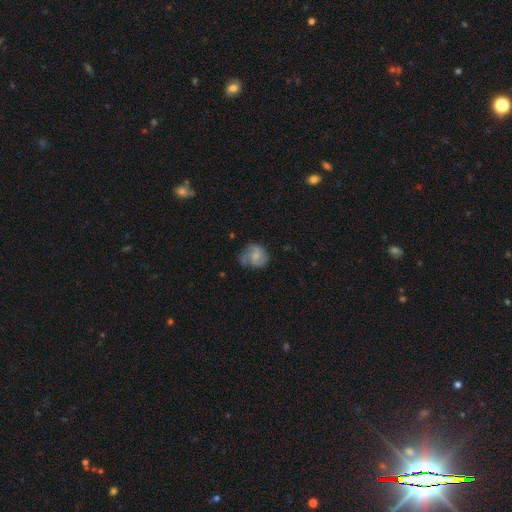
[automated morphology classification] Smooth or featured?
  - featured or disk: 52% *
  - smooth: 40%
  - star or artifact: 8%
Edge-on disk?
  - no: 98% *
  - yes: 2%
Bar?
  - no: 71% *
  - weak: 26%
  - strong: 4%
Spiral arms?
  - yes: 84% *
  - no: 16%
Bulge size?
  - small: 51% *
  - moderate: 32%
  - none: 13%
  - large: 3%
  - dominant: 1%
Merging?
  - none: 54% *
  - minor disturbance: 28%
  - major disturbance: 14%
  - merger: 3%